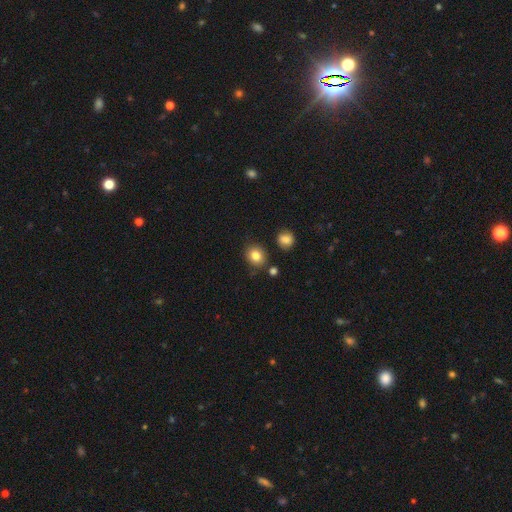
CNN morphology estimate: The model was most divided on "how rounded": round: 70%, in between: 29%, cigar-shaped: 1%. More confident: smooth or featured — smooth (82%); merging — none (79%).